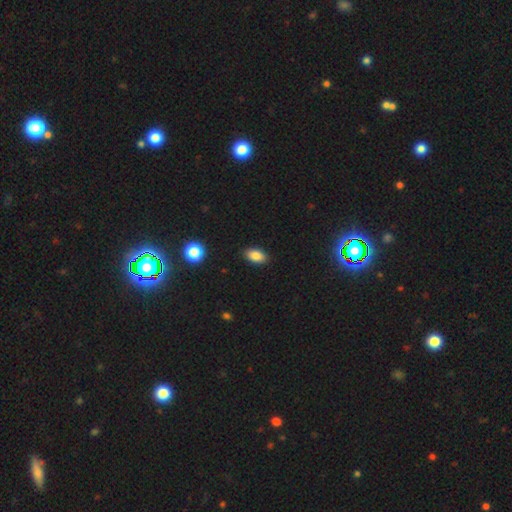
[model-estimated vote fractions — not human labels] Morphology: type=smooth (86%); roundness=in between (91%); merging=none (88%).